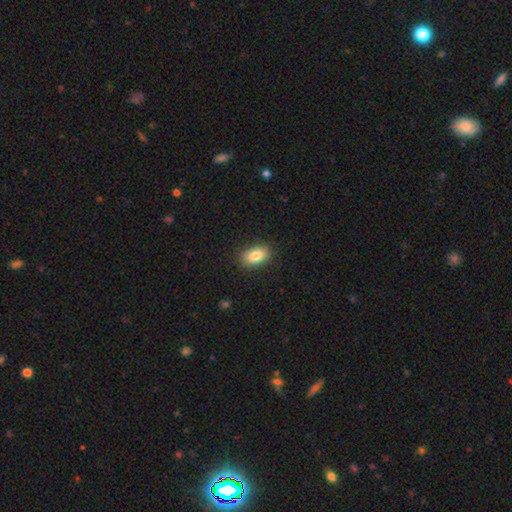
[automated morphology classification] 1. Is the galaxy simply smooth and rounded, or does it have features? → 84% smooth, 8% featured or disk, 8% star or artifact.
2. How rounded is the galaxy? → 90% in between, 8% round, 3% cigar-shaped.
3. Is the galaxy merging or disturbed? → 88% none, 9% minor disturbance, 2% major disturbance, 1% merger.